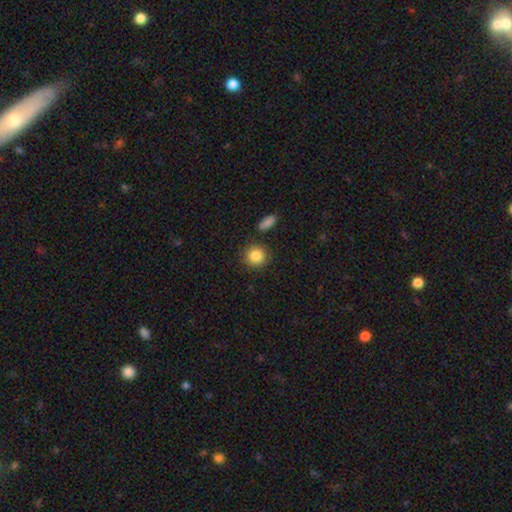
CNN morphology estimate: Smooth or featured? smooth (86%)
How rounded? round (88%)
Merging? none (86%)